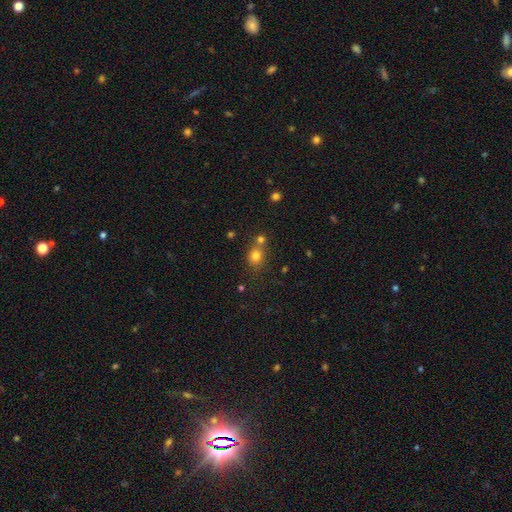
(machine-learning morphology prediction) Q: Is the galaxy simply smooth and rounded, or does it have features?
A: smooth — 78%.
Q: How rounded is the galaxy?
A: round — 68%.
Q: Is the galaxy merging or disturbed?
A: none — 57%.